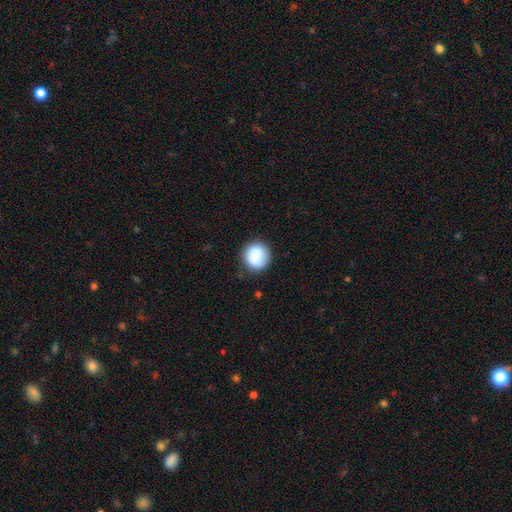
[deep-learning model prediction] Smooth or featured? Predicted: smooth (p=0.87). How rounded? Predicted: round (p=0.90). Merging? Predicted: none (p=0.85).